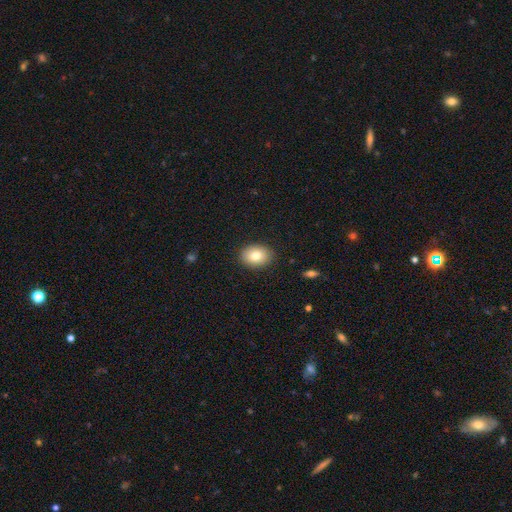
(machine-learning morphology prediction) Q: Smooth or featured?
A: smooth (82%); runner-up: featured or disk (10%)
Q: How rounded?
A: in between (64%); runner-up: round (35%)
Q: Merging?
A: none (89%); runner-up: minor disturbance (8%)